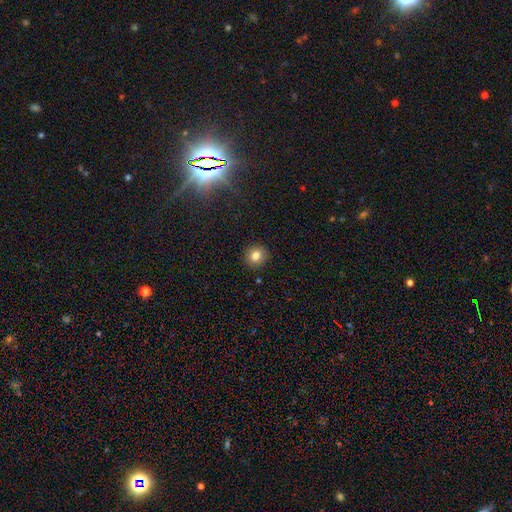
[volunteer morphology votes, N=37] type=smooth (95%); roundness=round (83%); merging=none (97%).